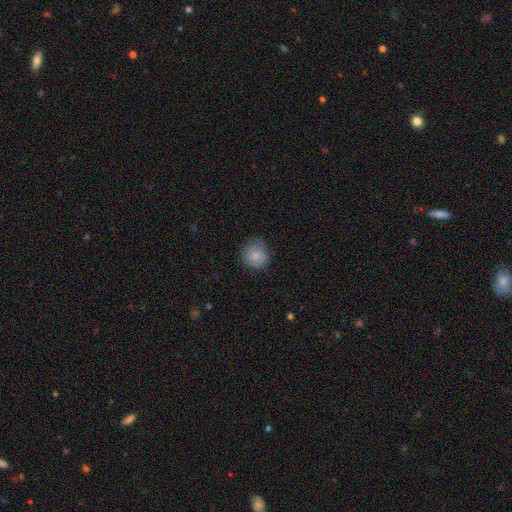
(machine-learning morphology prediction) A smooth galaxy with no disk features (74%) that is round (88%). Merging: none (74%).